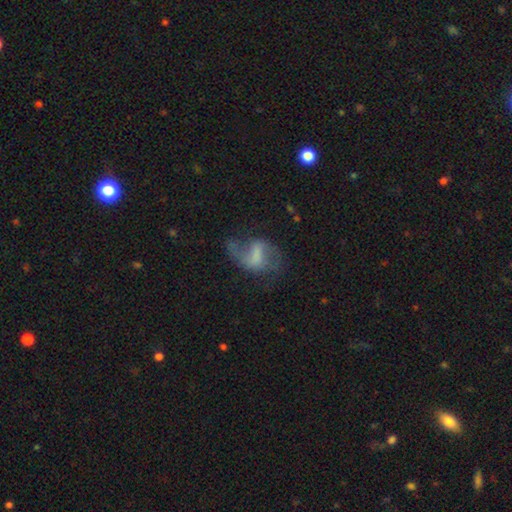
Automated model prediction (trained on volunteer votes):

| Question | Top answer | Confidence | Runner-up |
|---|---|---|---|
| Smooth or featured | featured or disk | 69% | smooth (22%) |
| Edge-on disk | no | 97% | yes (3%) |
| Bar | weak | 47% | strong (31%) |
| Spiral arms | yes | 84% | no (16%) |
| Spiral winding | loose | 60% | medium (32%) |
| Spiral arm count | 2 | 79% | 1 (12%) |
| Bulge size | none | 47% | moderate (20%) |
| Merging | none | 48% | major disturbance (28%) |